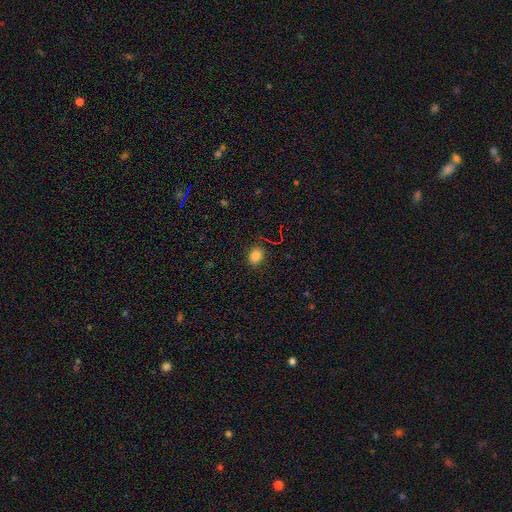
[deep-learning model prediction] Morphology: type=smooth (81%); roundness=in between (50%); merging=none (83%).